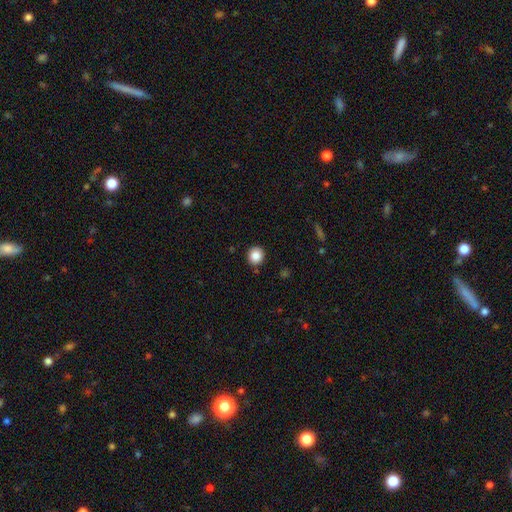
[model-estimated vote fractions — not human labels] Smooth or featured?
  - smooth: 87% *
  - star or artifact: 9%
  - featured or disk: 4%
How rounded?
  - round: 88% *
  - in between: 11%
  - cigar-shaped: 1%
Merging?
  - none: 90% *
  - minor disturbance: 6%
  - major disturbance: 2%
  - merger: 2%